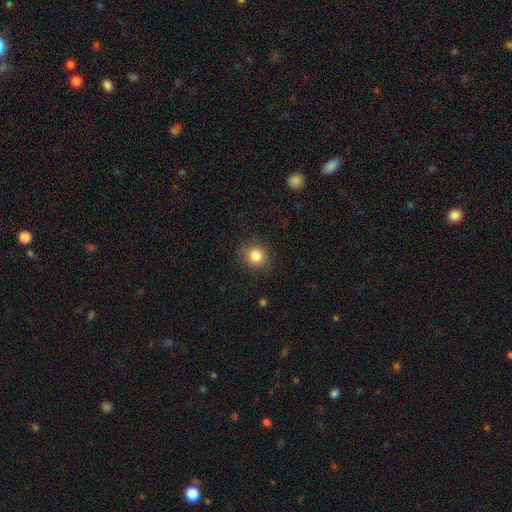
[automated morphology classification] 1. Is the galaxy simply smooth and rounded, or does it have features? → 83% smooth, 11% star or artifact, 6% featured or disk.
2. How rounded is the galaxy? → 81% round, 18% in between, 1% cigar-shaped.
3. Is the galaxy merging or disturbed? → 87% none, 9% minor disturbance, 3% major disturbance, 1% merger.